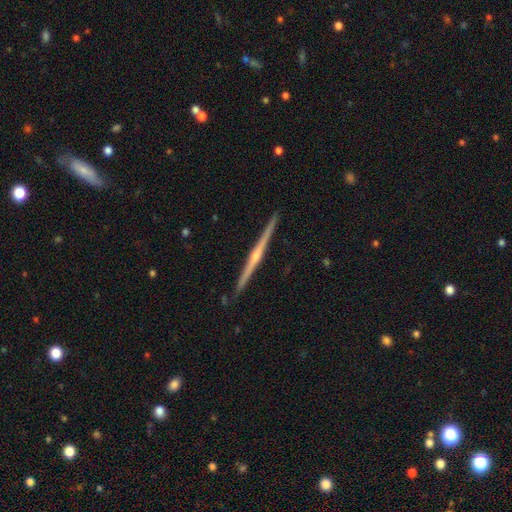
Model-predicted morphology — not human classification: A featured or disk galaxy (85%) viewed edge-on (99%) with a rounded central bulge (83%).

Vote fractions:
- Smooth or featured? featured or disk: 85% / smooth: 10% / star or artifact: 5%
- Edge-on disk? yes: 99% / no: 1%
- Edge-on bulge? rounded: 83% / none: 13% / boxy: 5%
- Merging? none: 92% / minor disturbance: 6% / major disturbance: 1% / merger: 1%